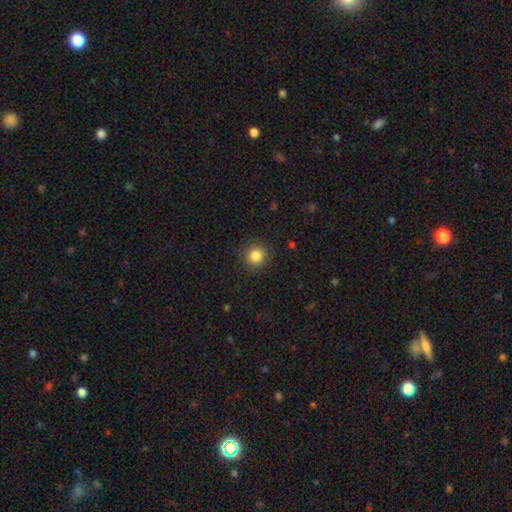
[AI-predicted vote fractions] Overall: smooth (85%). How rounded: round (92%). Merging: none (90%).